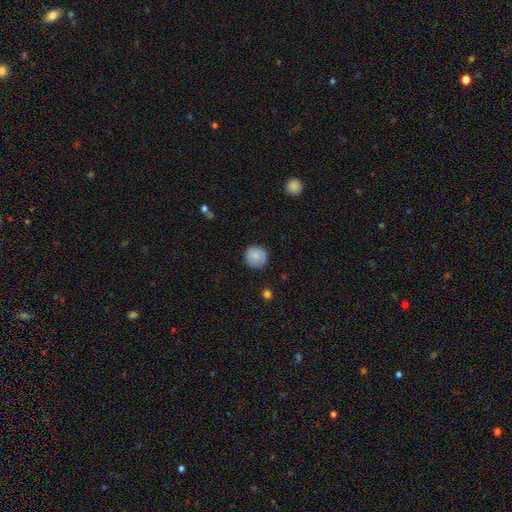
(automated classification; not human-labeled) A smooth galaxy with no disk features (82%) that is round (92%).

Vote fractions:
- Smooth or featured? smooth: 82% / featured or disk: 11% / star or artifact: 7%
- How rounded? round: 92% / in between: 7% / cigar-shaped: 1%
- Merging? none: 84% / minor disturbance: 12% / major disturbance: 2% / merger: 1%